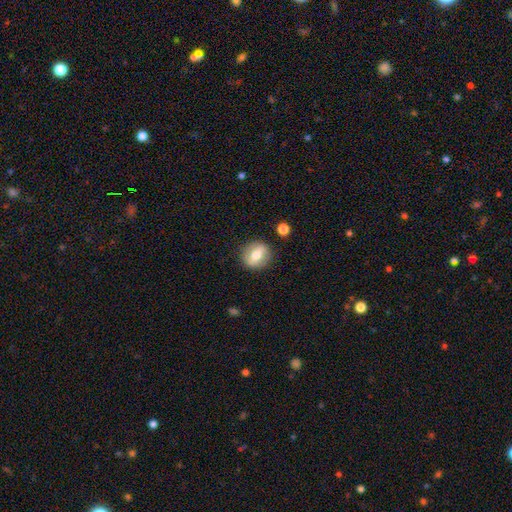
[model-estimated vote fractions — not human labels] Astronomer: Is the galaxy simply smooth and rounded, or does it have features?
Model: smooth — 55% (runner-up: featured or disk, 37%).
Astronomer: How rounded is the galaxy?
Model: round — 70%.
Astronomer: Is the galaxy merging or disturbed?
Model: none — 86%.